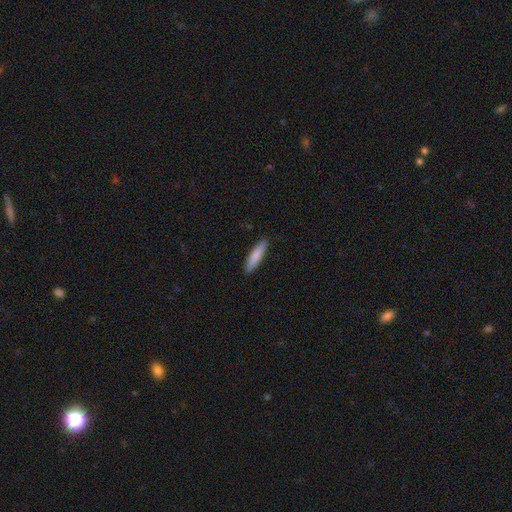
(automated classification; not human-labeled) Smooth or featured? Predicted: smooth (p=0.85). How rounded? Predicted: cigar-shaped (p=0.79). Merging? Predicted: none (p=0.89).